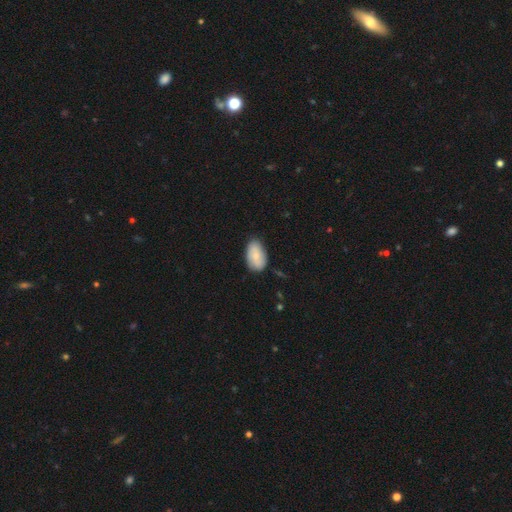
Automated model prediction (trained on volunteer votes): The model was most divided on "smooth or featured": smooth: 75%, featured or disk: 19%, star or artifact: 6%. More confident: how rounded — in between (93%); merging — none (76%).